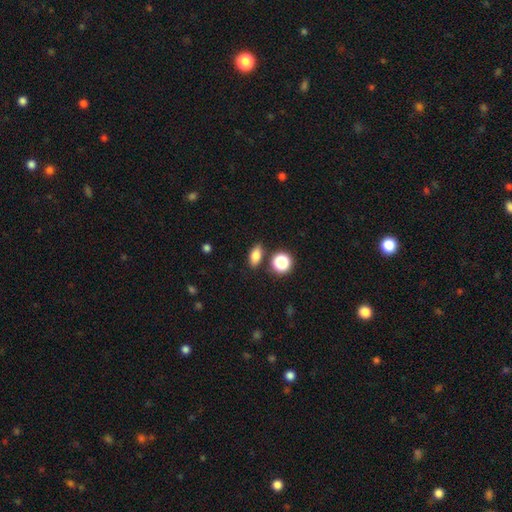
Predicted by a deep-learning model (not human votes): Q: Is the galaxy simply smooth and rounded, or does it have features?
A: smooth — 79%.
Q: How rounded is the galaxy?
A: in between — 75%.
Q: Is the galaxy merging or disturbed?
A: none — 81%.